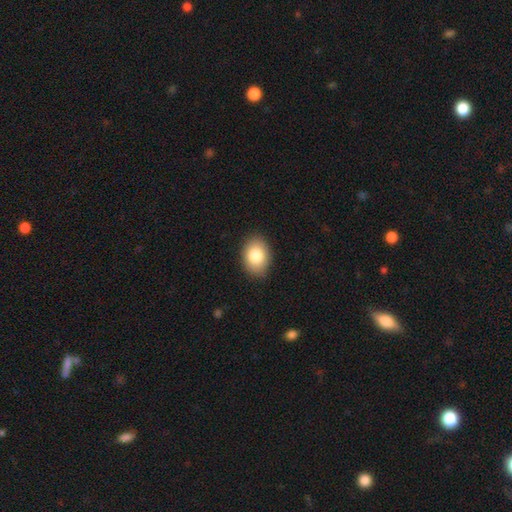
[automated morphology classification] The model was most divided on "how rounded": in between: 77%, round: 22%, cigar-shaped: 1%. More confident: merging — none (87%); smooth or featured — smooth (83%).